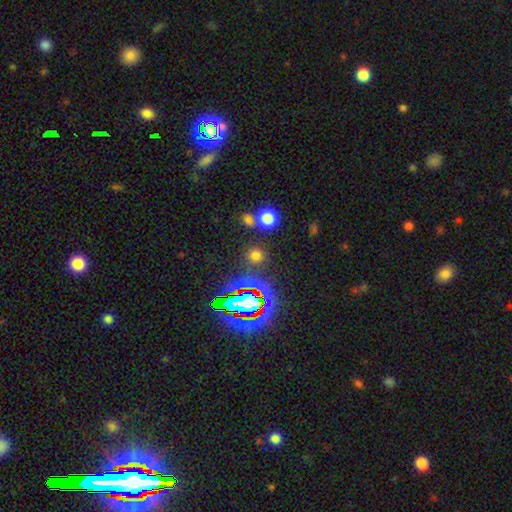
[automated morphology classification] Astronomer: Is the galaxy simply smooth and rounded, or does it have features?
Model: smooth — 64%.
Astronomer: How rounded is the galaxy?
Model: round — 88%.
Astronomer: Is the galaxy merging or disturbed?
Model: none — 77%.